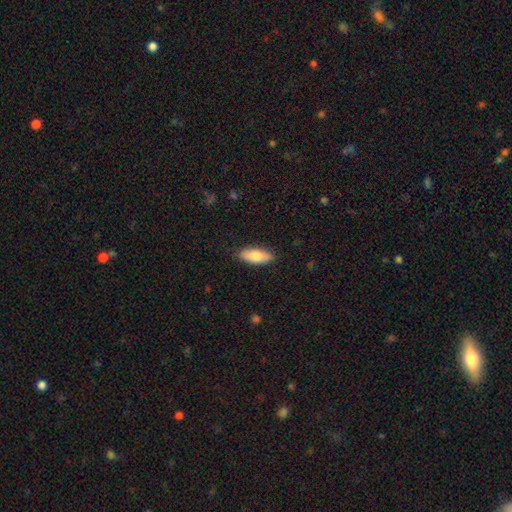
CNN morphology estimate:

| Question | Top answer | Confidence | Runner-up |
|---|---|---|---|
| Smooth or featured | smooth | 79% | featured or disk (15%) |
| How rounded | in between | 80% | cigar-shaped (17%) |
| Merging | none | 87% | minor disturbance (10%) |